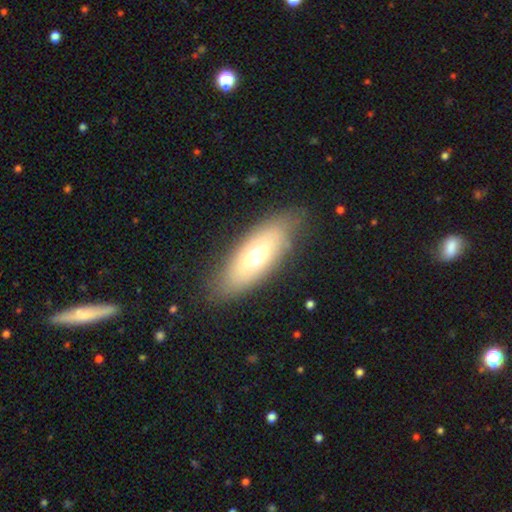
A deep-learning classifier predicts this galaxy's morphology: Q: Smooth or featured?
A: smooth (58%); runner-up: featured or disk (35%)
Q: How rounded?
A: in between (74%); runner-up: cigar-shaped (23%)
Q: Merging?
A: none (80%); runner-up: minor disturbance (14%)